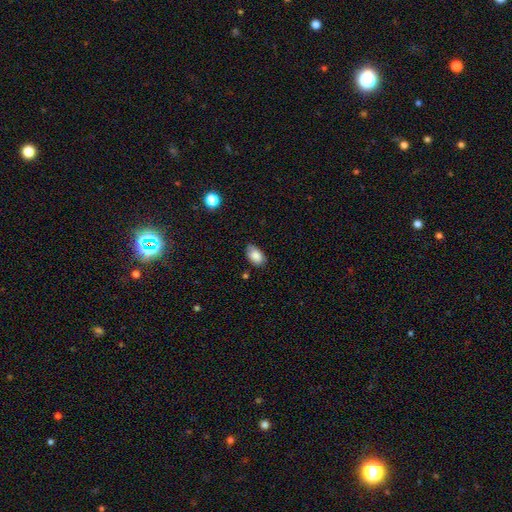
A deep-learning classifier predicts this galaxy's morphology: Smooth or featured: smooth — 84% (star or artifact — 8%)
How rounded: in between — 91% (round — 8%)
Merging: none — 71% (minor disturbance — 23%)